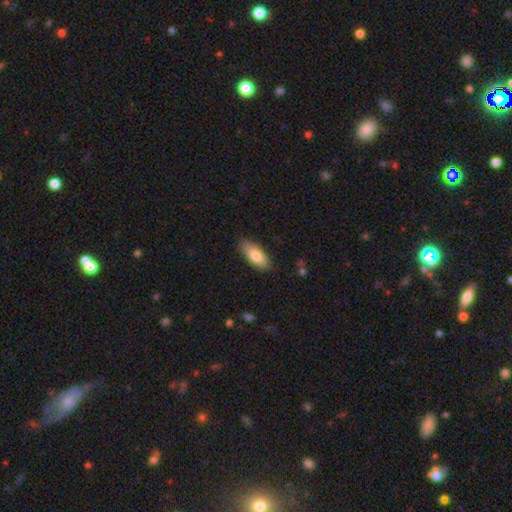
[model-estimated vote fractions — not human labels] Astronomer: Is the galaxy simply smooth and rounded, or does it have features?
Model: smooth — 79%.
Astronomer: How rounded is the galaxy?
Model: in between — 86%.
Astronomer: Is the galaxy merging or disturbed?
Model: none — 85%.